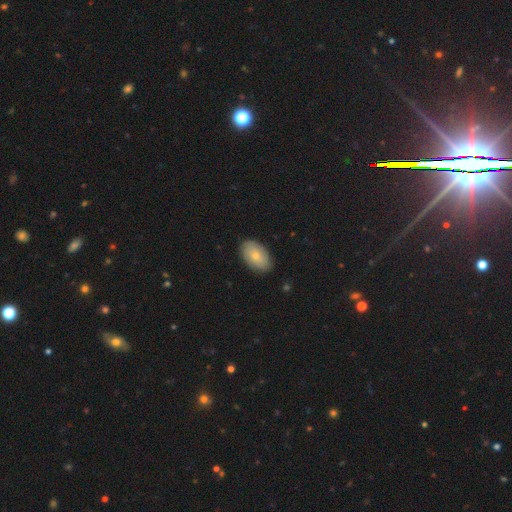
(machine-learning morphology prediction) smooth 73%, featured or disk 21%, star or artifact 6%. Down the decision tree: how rounded — in between (93%); merging — none (86%).